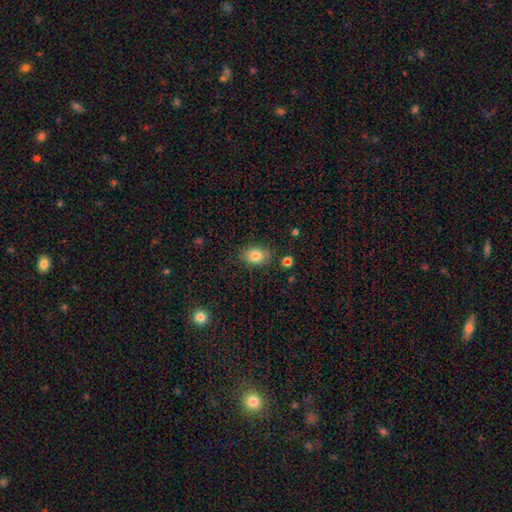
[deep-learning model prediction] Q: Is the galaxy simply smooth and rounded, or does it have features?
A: smooth — 82%.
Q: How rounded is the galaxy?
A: in between — 67%.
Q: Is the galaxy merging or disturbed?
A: none — 82%.